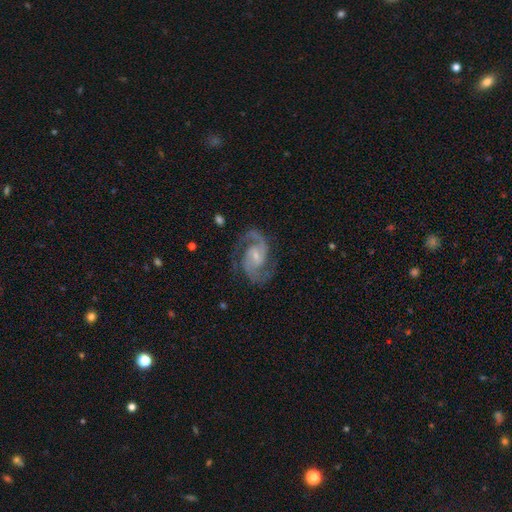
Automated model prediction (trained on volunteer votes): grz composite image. It shows a featured or disk galaxy (92%) with a weak bar (47%), 2 (92%) medium (62%) spiral arms (98%) and a small central bulge (65%). Merging: none (80%).